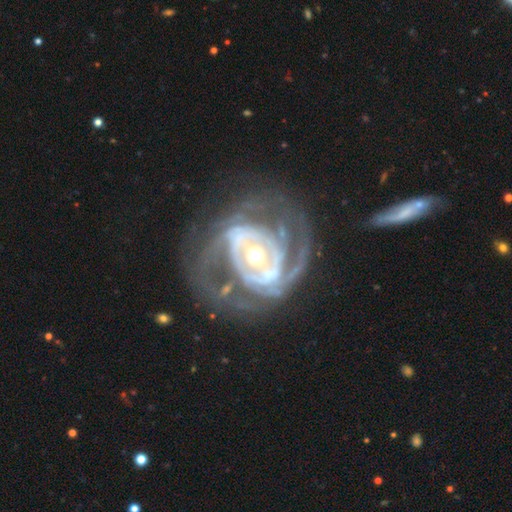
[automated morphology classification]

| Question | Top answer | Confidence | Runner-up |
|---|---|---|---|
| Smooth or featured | featured or disk | 90% | smooth (5%) |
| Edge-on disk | no | 97% | yes (3%) |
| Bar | no | 51% | weak (28%) |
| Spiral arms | yes | 90% | no (10%) |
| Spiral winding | tight | 53% | medium (34%) |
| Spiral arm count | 2 | 35% | can't tell (26%) |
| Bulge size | moderate | 69% | small (19%) |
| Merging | none | 53% | major disturbance (25%) |